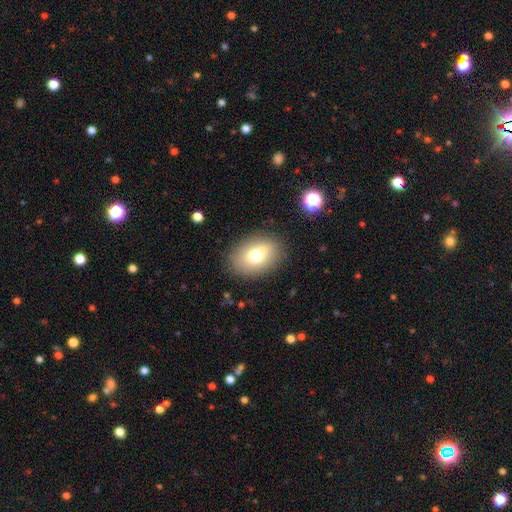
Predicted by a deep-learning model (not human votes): smooth-or-featured: smooth: 69% | featured or disk: 20% | star or artifact: 11%
  how-rounded: in between: 75% | round: 24% | cigar-shaped: 1%
  merging: none: 79% | minor disturbance: 13% | major disturbance: 4% | merger: 4%